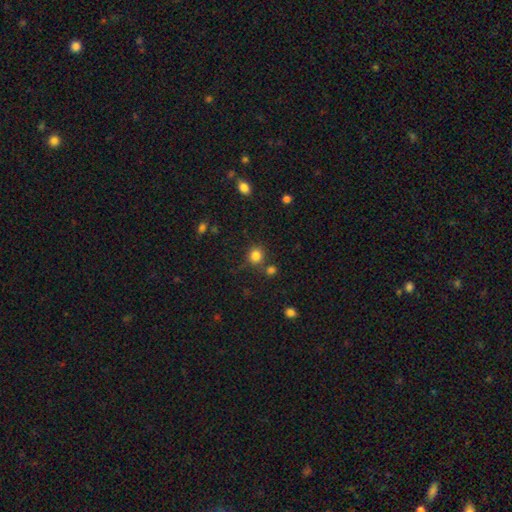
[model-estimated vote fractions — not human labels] A smooth galaxy with no disk features (82%) that is round (85%). Merging: none (73%).